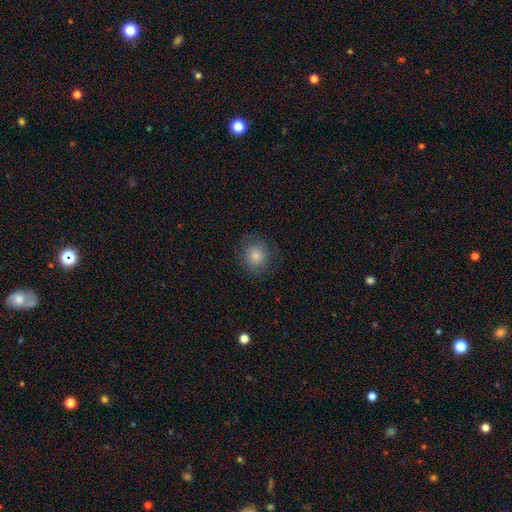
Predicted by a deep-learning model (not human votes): smooth 75%, star or artifact 13%, featured or disk 12%. Down the decision tree: how rounded — round (85%); merging — none (83%).